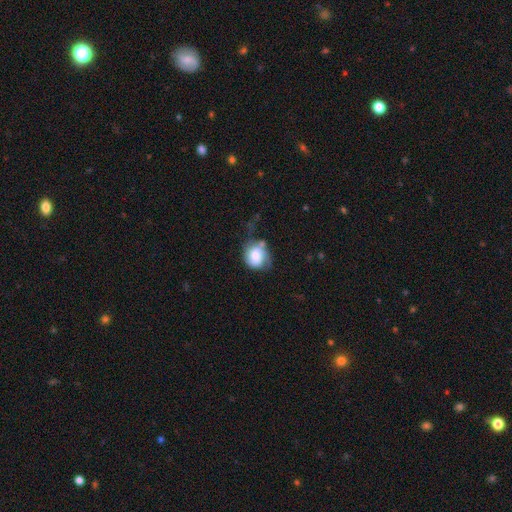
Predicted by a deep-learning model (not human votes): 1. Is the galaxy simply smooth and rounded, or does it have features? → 61% smooth, 31% featured or disk, 8% star or artifact.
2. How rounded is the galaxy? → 66% round, 33% in between, 1% cigar-shaped.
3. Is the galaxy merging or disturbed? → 36% none, 35% minor disturbance, 20% major disturbance, 9% merger.